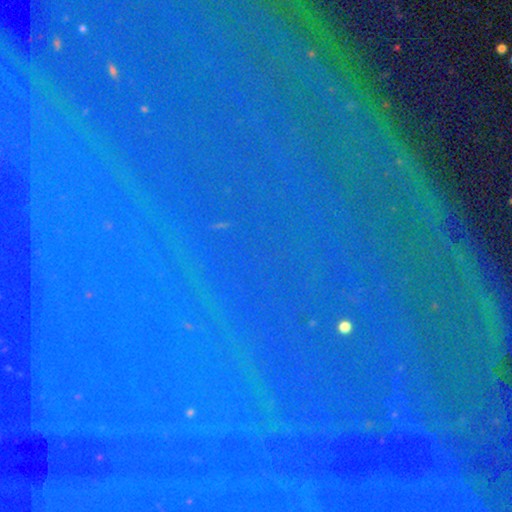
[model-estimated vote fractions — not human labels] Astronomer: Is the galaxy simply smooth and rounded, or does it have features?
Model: star or artifact — 84%.